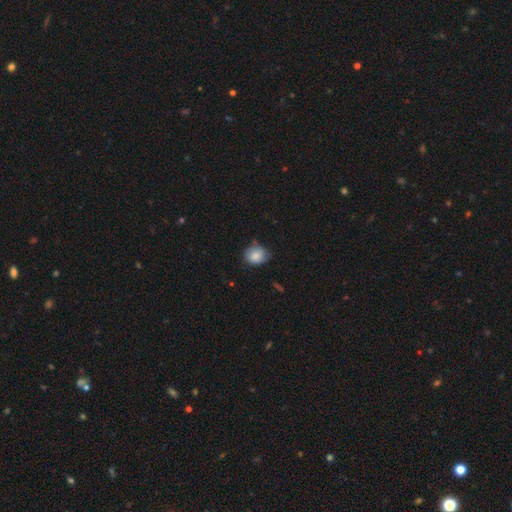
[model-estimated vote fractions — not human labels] Morphology: type=smooth (83%); roundness=round (64%); merging=none (64%).